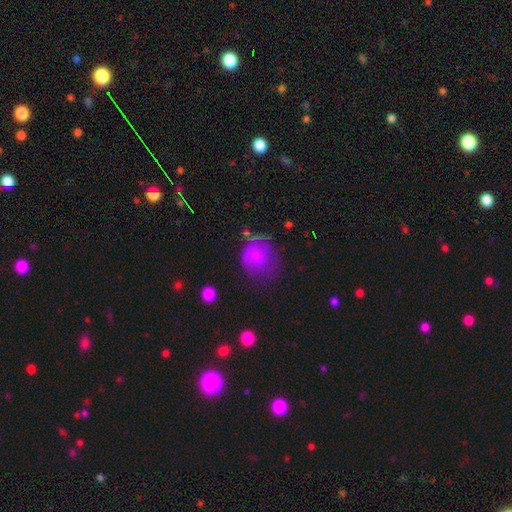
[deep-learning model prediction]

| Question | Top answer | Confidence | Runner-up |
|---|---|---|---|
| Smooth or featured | smooth | 69% | featured or disk (21%) |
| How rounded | round | 64% | in between (35%) |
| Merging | none | 37% | minor disturbance (30%) |